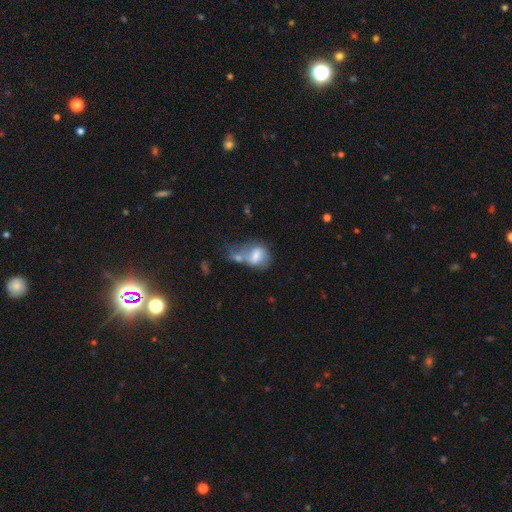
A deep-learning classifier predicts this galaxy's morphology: This is likely a smooth galaxy (64%). How rounded: possibly in between (58%). Merging: possibly merger (52%).